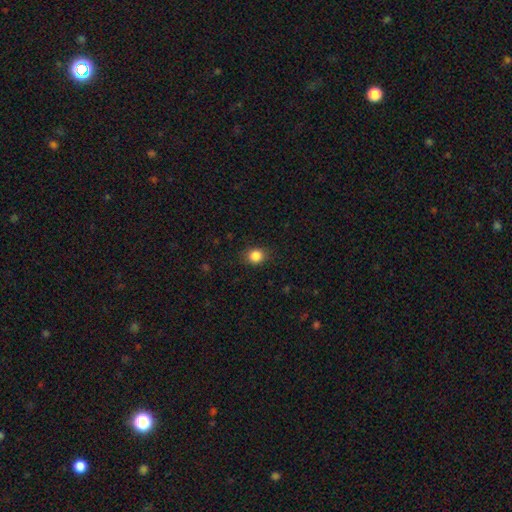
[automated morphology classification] The model was most divided on "how rounded": round: 71%, in between: 28%, cigar-shaped: 1%. More confident: merging — none (86%); smooth or featured — smooth (85%).